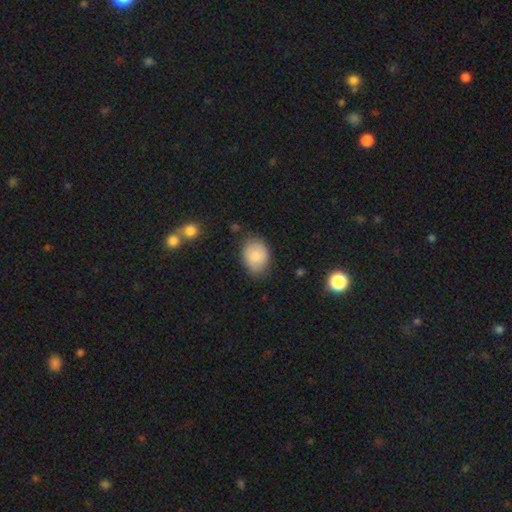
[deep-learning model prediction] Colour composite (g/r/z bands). It shows a smooth galaxy with no disk features (80%) that is in between round and cigar-shaped (64%). Merging: none (73%).